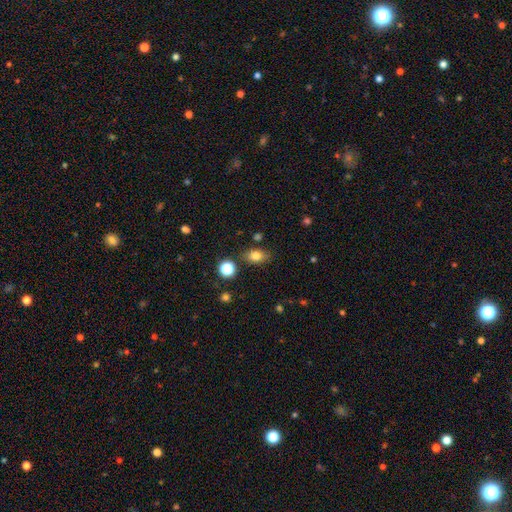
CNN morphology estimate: This is likely a smooth galaxy (80%). How rounded: likely in between (77%). Merging: likely none (79%).